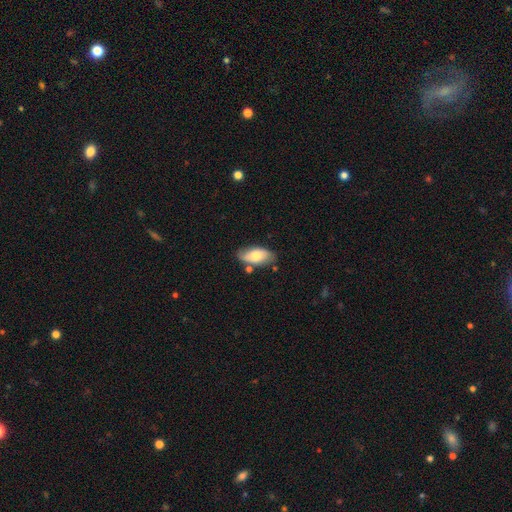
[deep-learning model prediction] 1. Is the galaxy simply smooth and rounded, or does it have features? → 63% smooth, 30% featured or disk, 6% star or artifact.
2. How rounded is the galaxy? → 91% in between, 6% cigar-shaped, 3% round.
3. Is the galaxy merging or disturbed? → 72% none, 17% minor disturbance, 7% merger, 4% major disturbance.